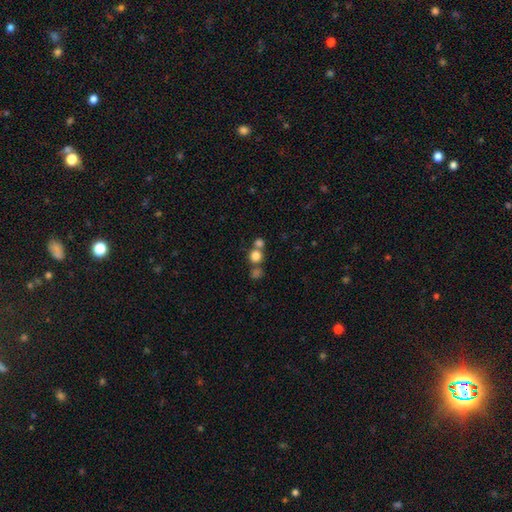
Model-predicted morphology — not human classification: smooth-or-featured: smooth: 76% | star or artifact: 14% | featured or disk: 9%
  how-rounded: round: 88% | in between: 11% | cigar-shaped: 1%
  merging: none: 53% | merger: 36% | minor disturbance: 7% | major disturbance: 4%